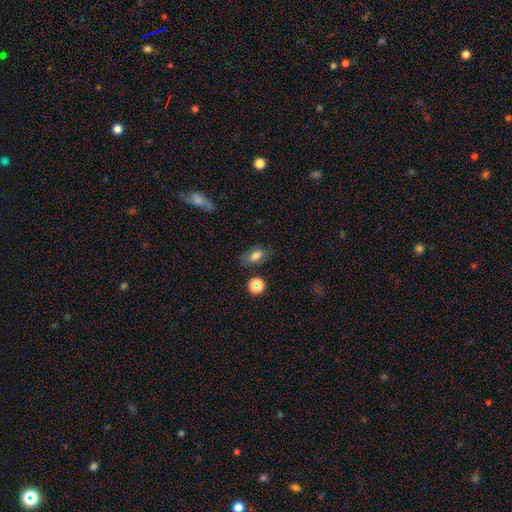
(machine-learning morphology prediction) A smooth galaxy with no disk features (74%) that is in between round and cigar-shaped (83%). Merging: none (73%).